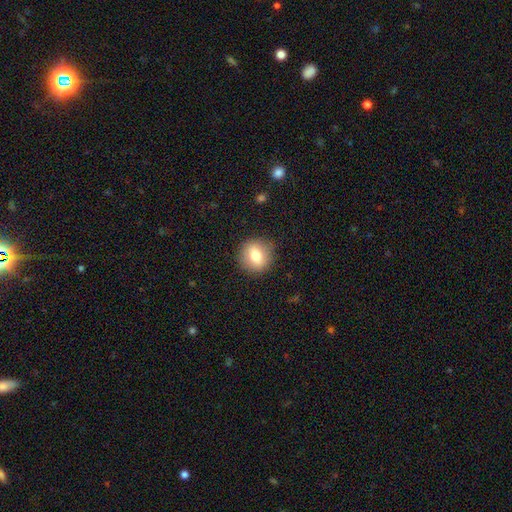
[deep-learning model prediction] This appears to be a smooth galaxy with no disk features (71%) that is round (84%). Merging: none (89%).